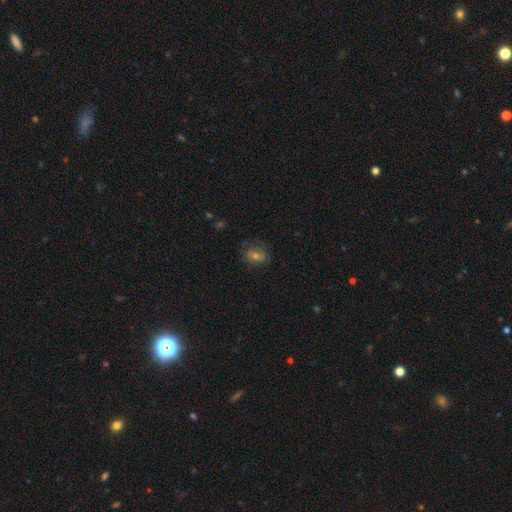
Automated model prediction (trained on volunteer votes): smooth_or_featured: smooth (p=0.51) [alt: featured or disk p=0.29]
how_rounded: in between (p=0.50) [alt: round p=0.48]
merging: none (p=0.74) [alt: minor disturbance p=0.18]